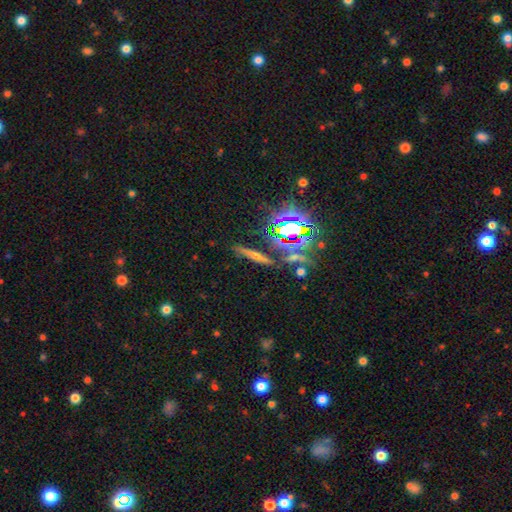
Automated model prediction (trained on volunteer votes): A smooth galaxy with no disk features (40%). Merging: none (82%).